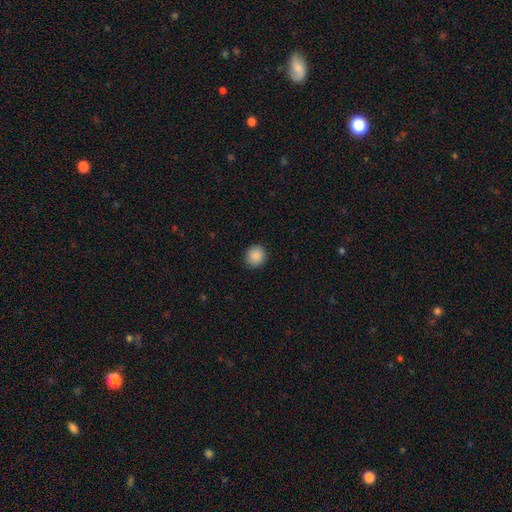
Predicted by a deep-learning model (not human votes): smooth-or-featured: smooth: 89% | star or artifact: 8% | featured or disk: 3%
  how-rounded: round: 87% | in between: 12% | cigar-shaped: 1%
  merging: none: 90% | minor disturbance: 7% | major disturbance: 2% | merger: 1%